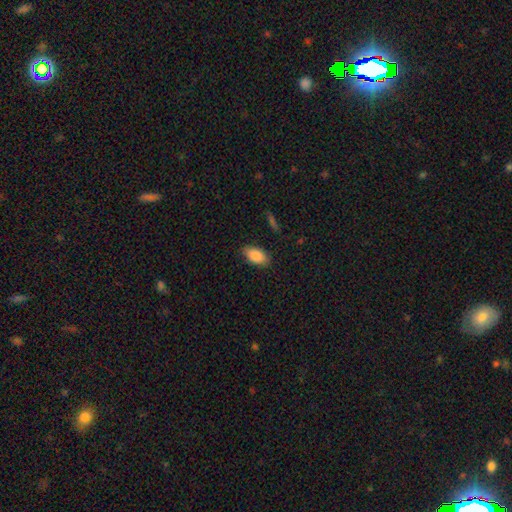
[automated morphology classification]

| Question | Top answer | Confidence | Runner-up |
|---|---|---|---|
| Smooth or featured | smooth | 87% | star or artifact (7%) |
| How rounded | in between | 93% | cigar-shaped (4%) |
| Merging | none | 85% | minor disturbance (11%) |